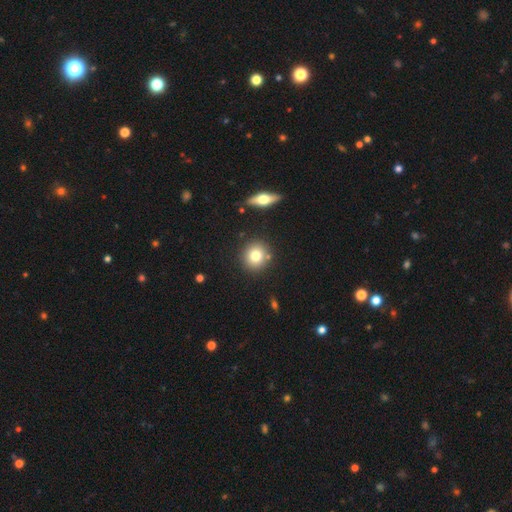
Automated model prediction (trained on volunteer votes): A smooth galaxy with no disk features (77%) that is round (89%).

Vote fractions:
- Smooth or featured? smooth: 77% / featured or disk: 13% / star or artifact: 10%
- How rounded? round: 89% / in between: 10% / cigar-shaped: 1%
- Merging? none: 85% / minor disturbance: 7% / merger: 5% / major disturbance: 2%